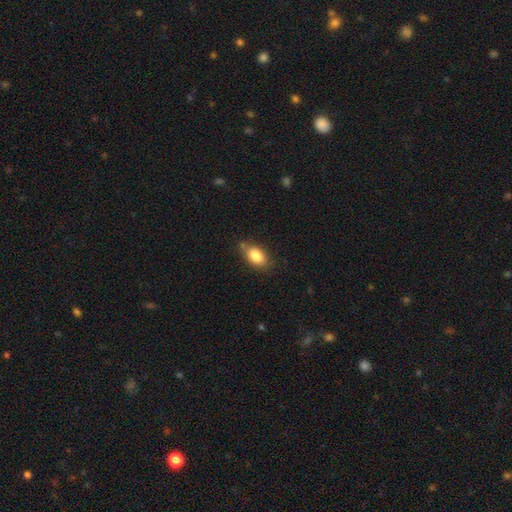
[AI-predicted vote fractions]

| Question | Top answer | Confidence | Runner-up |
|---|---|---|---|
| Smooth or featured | smooth | 84% | featured or disk (8%) |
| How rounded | in between | 88% | round (9%) |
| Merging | none | 72% | minor disturbance (19%) |